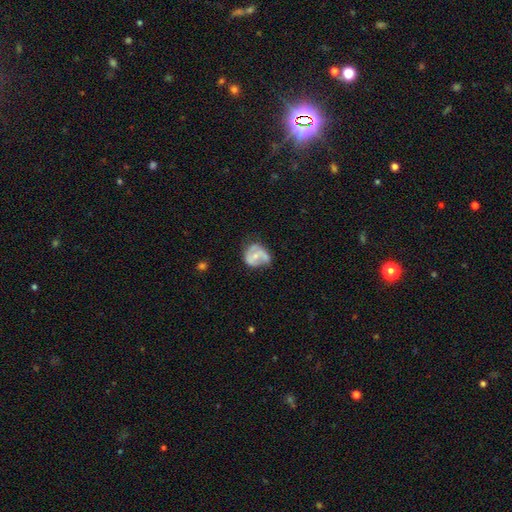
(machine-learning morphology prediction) smooth-or-featured: featured or disk: 56% | smooth: 36% | star or artifact: 7%
  disk-edge-on: no: 98% | yes: 2%
    bar: no: 60% | weak: 30% | strong: 10%
    has-spiral-arms: yes: 57% | no: 43%
    bulge-size: small: 51% | moderate: 39% | none: 8% | large: 2% | dominant: 1%
  merging: none: 39% | minor disturbance: 31% | major disturbance: 22% | merger: 7%